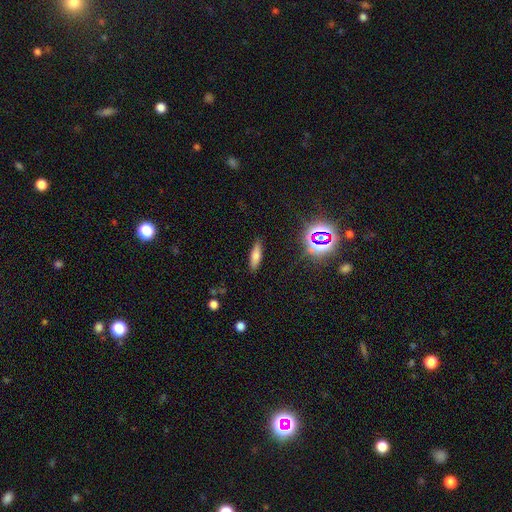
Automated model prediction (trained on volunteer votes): Smooth or featured? Predicted: smooth (p=0.67). How rounded? Predicted: cigar-shaped (p=0.57). Merging? Predicted: none (p=0.87).